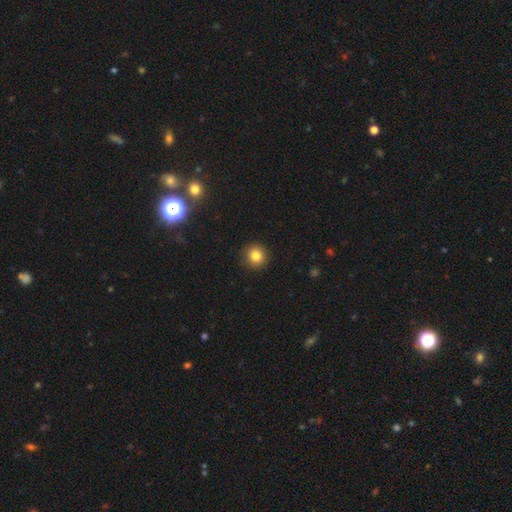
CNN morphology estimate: Q: Smooth or featured?
A: smooth (82%); runner-up: star or artifact (11%)
Q: How rounded?
A: round (94%); runner-up: in between (5%)
Q: Merging?
A: none (91%); runner-up: minor disturbance (6%)